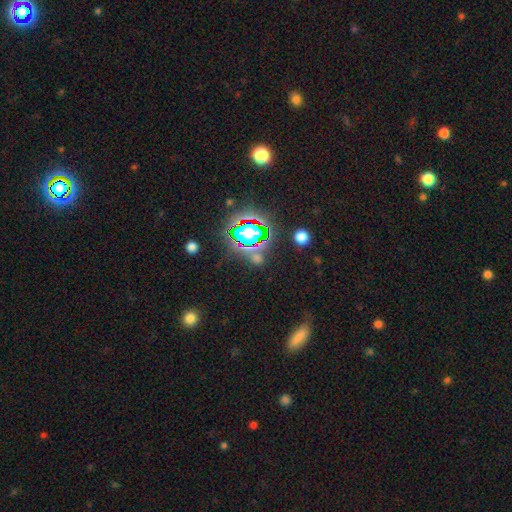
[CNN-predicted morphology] Overall: star or artifact (68%).